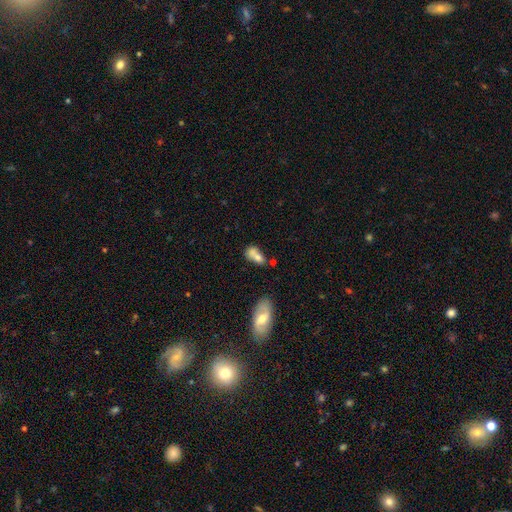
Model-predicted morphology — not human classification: smooth-or-featured: smooth: 68% | featured or disk: 23% | star or artifact: 9%
  how-rounded: in between: 78% | round: 15% | cigar-shaped: 7%
  merging: merger: 47% | none: 28% | minor disturbance: 15% | major disturbance: 10%